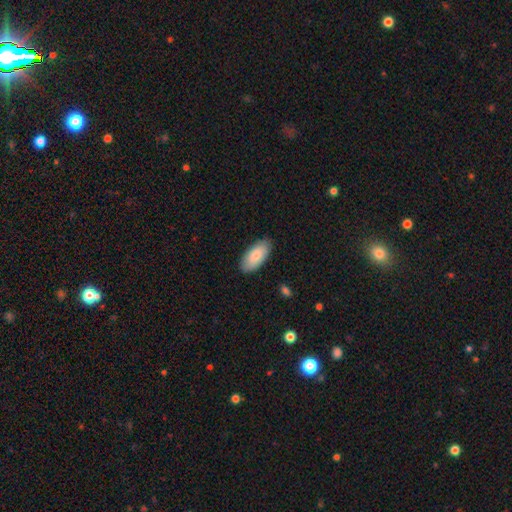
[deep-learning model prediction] Smooth or featured?
  - smooth: 82% *
  - featured or disk: 12%
  - star or artifact: 5%
How rounded?
  - in between: 93% *
  - cigar-shaped: 5%
  - round: 2%
Merging?
  - none: 86% *
  - minor disturbance: 11%
  - major disturbance: 2%
  - merger: 1%